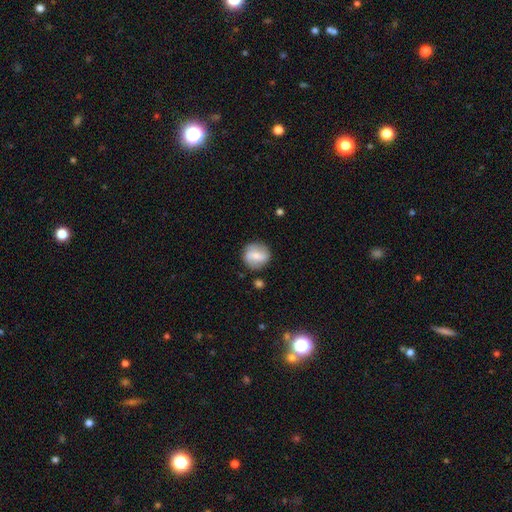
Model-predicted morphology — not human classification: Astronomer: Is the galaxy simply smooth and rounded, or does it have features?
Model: smooth — 55% (runner-up: featured or disk, 38%).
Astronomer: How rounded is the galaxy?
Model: round — 84%.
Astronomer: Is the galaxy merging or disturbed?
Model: none — 80%.